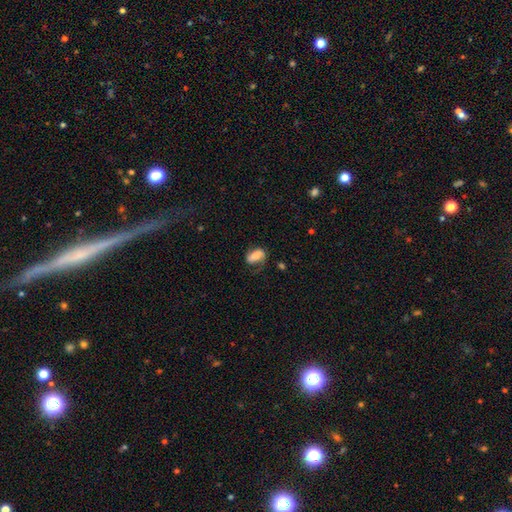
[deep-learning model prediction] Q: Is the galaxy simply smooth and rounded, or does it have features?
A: smooth — 59%.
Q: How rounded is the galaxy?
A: in between — 85%.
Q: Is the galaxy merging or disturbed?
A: none — 49%.